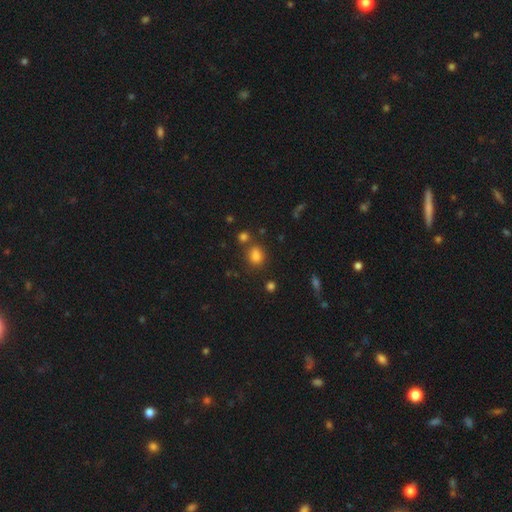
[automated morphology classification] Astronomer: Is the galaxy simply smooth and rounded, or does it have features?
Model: smooth — 77%.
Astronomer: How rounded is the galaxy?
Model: round — 62%.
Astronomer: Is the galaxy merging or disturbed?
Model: none — 63%.